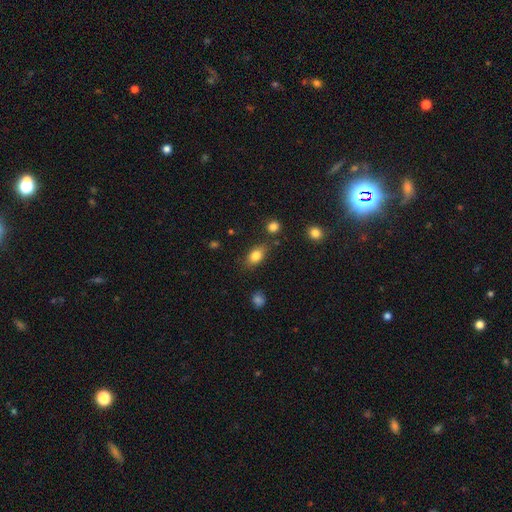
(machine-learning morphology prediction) Q: Smooth or featured?
A: smooth (82%); runner-up: featured or disk (10%)
Q: How rounded?
A: in between (83%); runner-up: round (13%)
Q: Merging?
A: none (77%); runner-up: minor disturbance (15%)